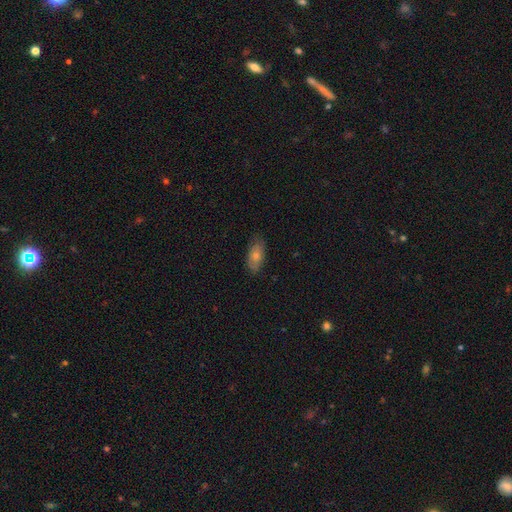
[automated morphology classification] The model was most divided on "smooth or featured": smooth: 62%, featured or disk: 27%, star or artifact: 11%. More confident: how rounded — in between (85%); merging — none (82%).